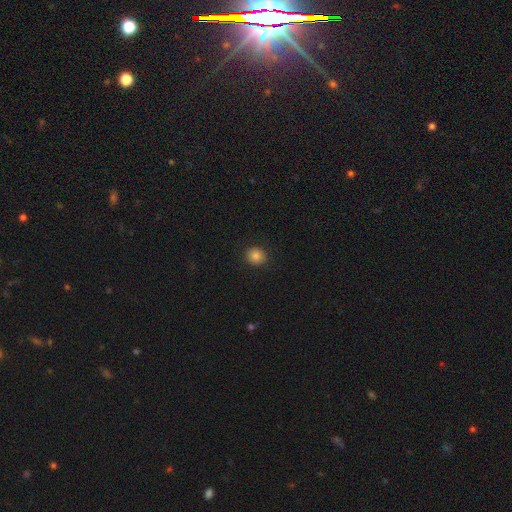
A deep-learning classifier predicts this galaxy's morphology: Smooth or featured: smooth — 84% (star or artifact — 11%)
How rounded: round — 81% (in between — 18%)
Merging: none — 90% (minor disturbance — 7%)